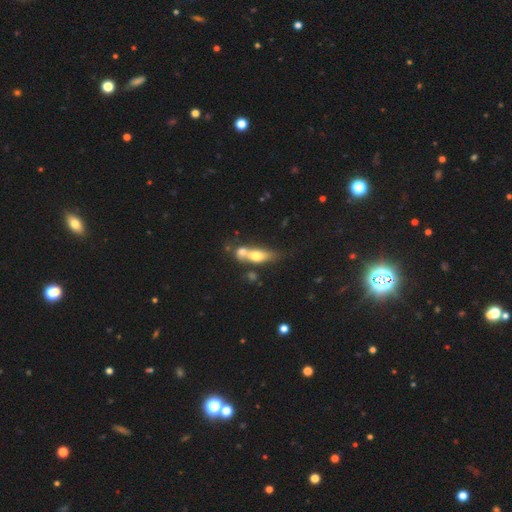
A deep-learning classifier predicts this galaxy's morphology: Overall: smooth (62%; featured or disk 29%). How rounded: in between (58%; cigar-shaped 32%). Merging: merger (60%; none 24%).